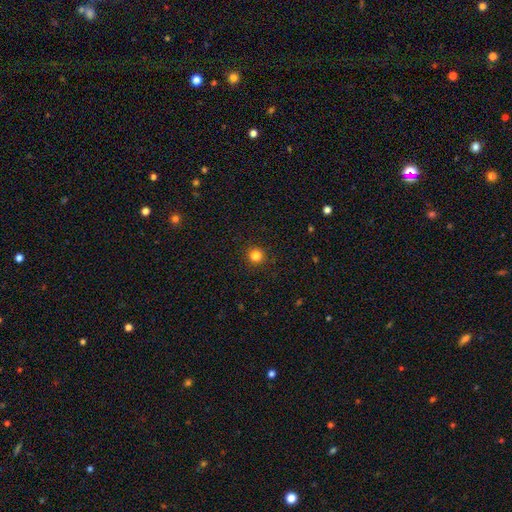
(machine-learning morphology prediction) type=smooth (82%); roundness=round (95%); merging=none (92%).